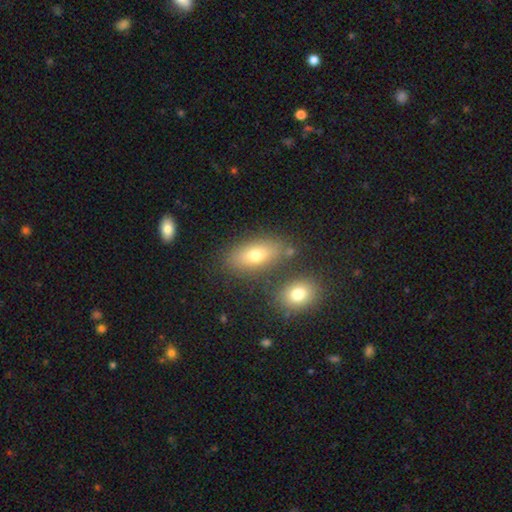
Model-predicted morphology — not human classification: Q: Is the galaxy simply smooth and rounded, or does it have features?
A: smooth — 71%.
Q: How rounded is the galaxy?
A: in between — 83%.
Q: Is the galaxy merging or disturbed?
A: none — 73%.